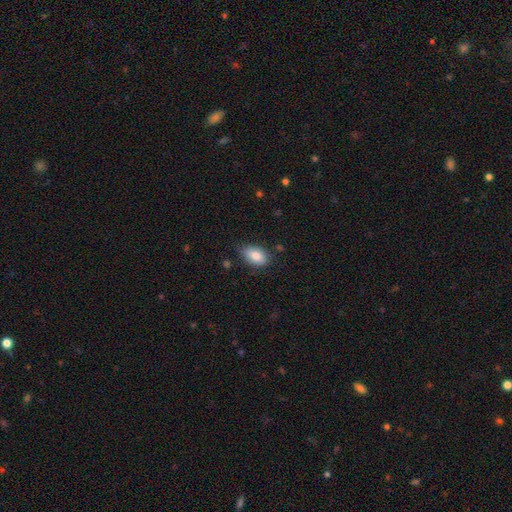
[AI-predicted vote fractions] Morphology: type=smooth (83%); roundness=in between (89%); merging=none (71%).